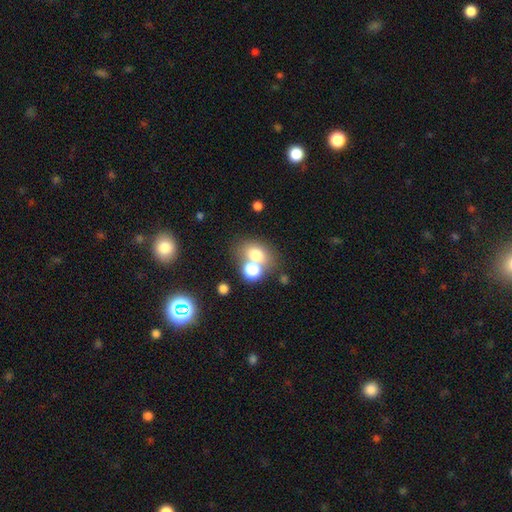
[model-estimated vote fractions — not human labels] Overall: smooth (72%). How rounded: round (50%; in between 49%). Merging: none (49%; merger 36%).